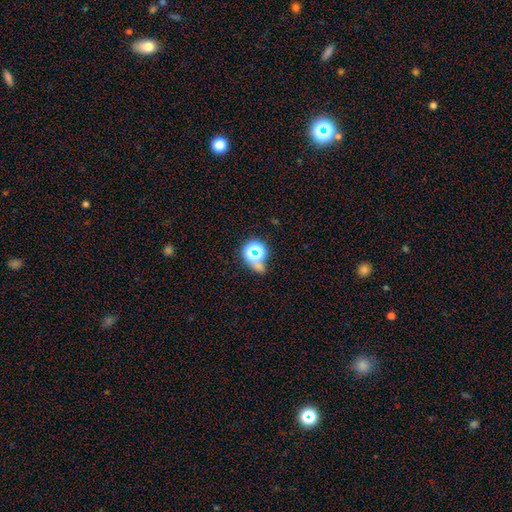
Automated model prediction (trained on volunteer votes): This is possibly a star or artifact rather than a galaxy (58%).